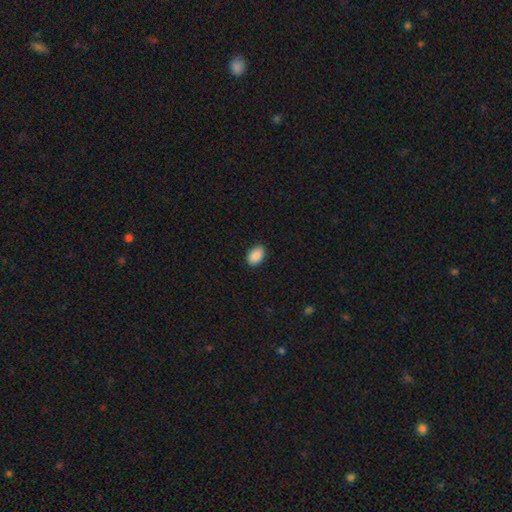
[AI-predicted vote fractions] This appears to be a smooth galaxy with no disk features (90%) that is in between round and cigar-shaped (90%). Merging: none (87%).